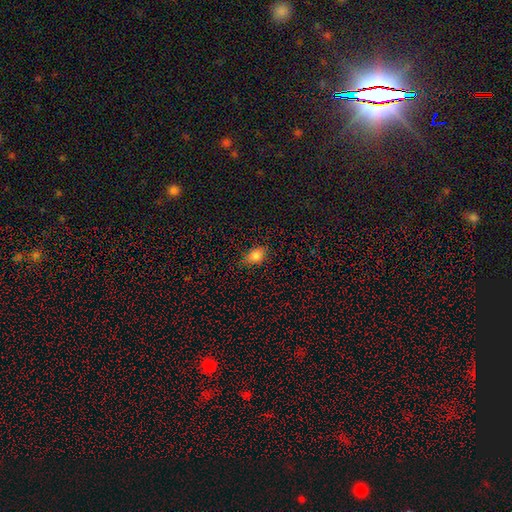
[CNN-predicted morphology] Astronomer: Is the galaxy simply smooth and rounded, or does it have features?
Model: smooth — 83%.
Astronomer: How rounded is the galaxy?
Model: in between — 75%.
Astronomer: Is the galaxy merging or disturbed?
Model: none — 80%.